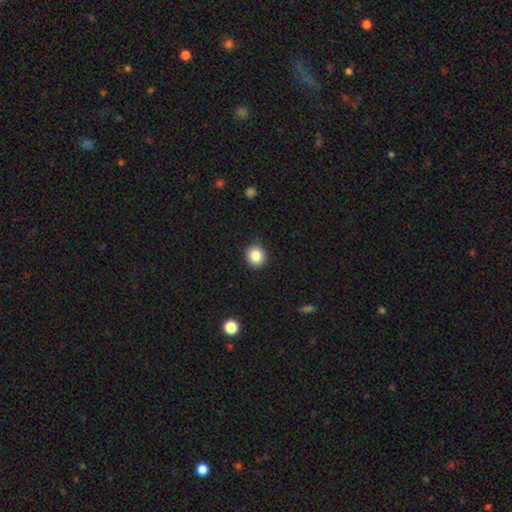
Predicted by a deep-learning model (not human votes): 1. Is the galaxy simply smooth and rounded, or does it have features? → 85% smooth, 10% star or artifact, 5% featured or disk.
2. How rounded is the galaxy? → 86% round, 13% in between, 1% cigar-shaped.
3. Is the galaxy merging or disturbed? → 90% none, 7% minor disturbance, 2% major disturbance, 1% merger.